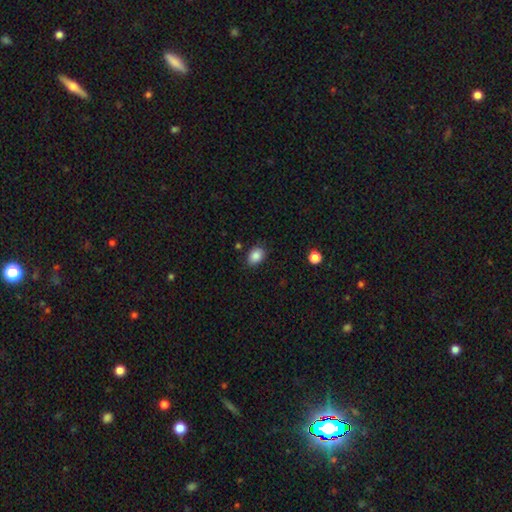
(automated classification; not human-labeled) smooth 87%, star or artifact 9%, featured or disk 4%. Down the decision tree: how rounded — in between (75%); merging — none (83%).